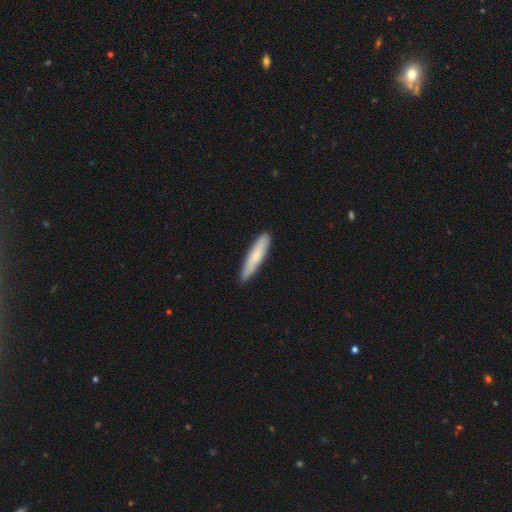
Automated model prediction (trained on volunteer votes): Smooth or featured?
  - smooth: 73% *
  - featured or disk: 22%
  - star or artifact: 5%
How rounded?
  - cigar-shaped: 88% *
  - in between: 10%
  - round: 1%
Merging?
  - none: 90% *
  - minor disturbance: 8%
  - major disturbance: 1%
  - merger: 1%